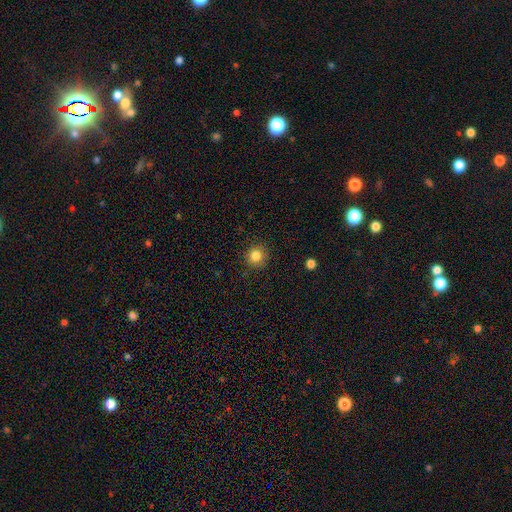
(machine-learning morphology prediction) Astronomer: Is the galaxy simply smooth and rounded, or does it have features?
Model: smooth — 84%.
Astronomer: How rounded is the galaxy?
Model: round — 93%.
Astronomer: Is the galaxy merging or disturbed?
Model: none — 89%.